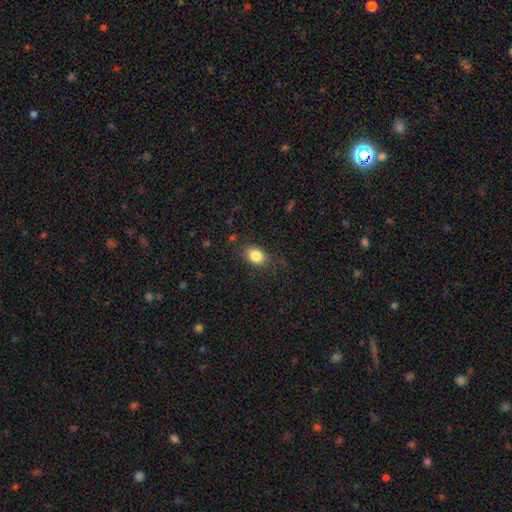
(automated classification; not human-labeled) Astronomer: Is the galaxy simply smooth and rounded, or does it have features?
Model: smooth — 84%.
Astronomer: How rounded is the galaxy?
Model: in between — 76%.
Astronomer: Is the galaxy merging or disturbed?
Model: none — 82%.